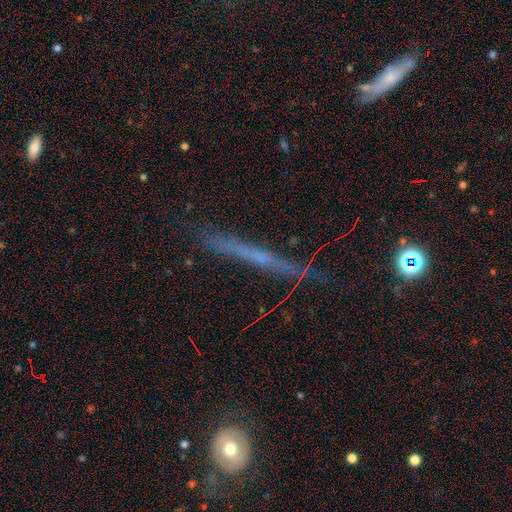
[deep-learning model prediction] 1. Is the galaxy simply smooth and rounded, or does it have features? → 57% featured or disk, 32% smooth, 11% star or artifact.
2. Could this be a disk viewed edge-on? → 94% yes, 6% no.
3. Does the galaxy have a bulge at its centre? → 77% none, 18% rounded, 5% boxy.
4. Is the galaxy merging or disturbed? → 81% none, 14% minor disturbance, 3% major disturbance, 2% merger.